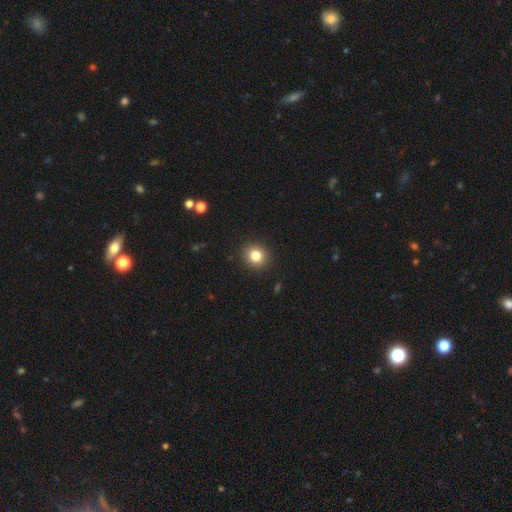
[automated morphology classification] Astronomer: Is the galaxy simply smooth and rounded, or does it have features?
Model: smooth — 83%.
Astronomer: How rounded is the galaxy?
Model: round — 86%.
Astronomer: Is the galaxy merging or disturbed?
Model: none — 91%.